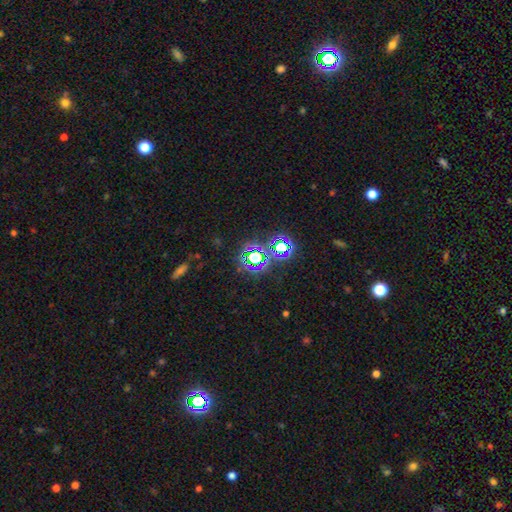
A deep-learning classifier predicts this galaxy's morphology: star or artifact 72%, smooth 18%, featured or disk 10%.